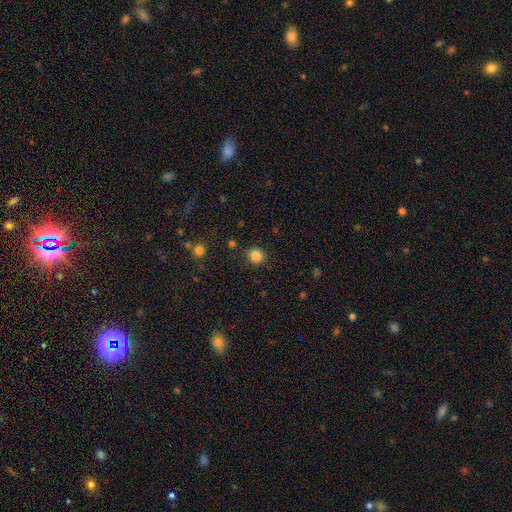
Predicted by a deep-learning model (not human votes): Overall: smooth (85%). How rounded: round (83%). Merging: none (87%).